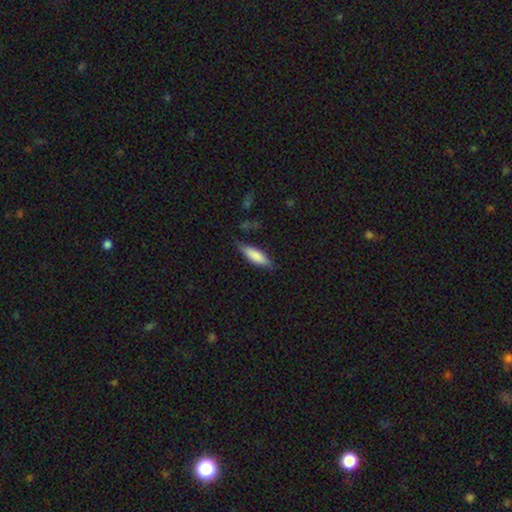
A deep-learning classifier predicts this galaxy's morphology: A smooth galaxy with no disk features (78%) that is cigar-shaped (54%). Merging: none (69%).